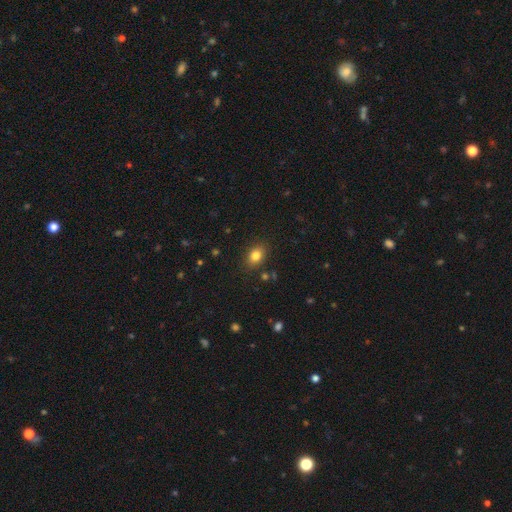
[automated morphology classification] This appears to be a smooth galaxy with no disk features (82%) that is in between round and cigar-shaped (71%). Merging: none (86%).